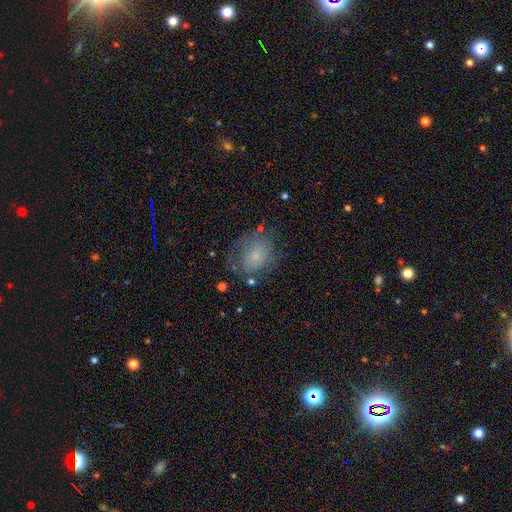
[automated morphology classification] Q: Smooth or featured?
A: smooth (63%); runner-up: featured or disk (26%)
Q: How rounded?
A: round (50%); runner-up: in between (49%)
Q: Merging?
A: none (56%); runner-up: minor disturbance (24%)